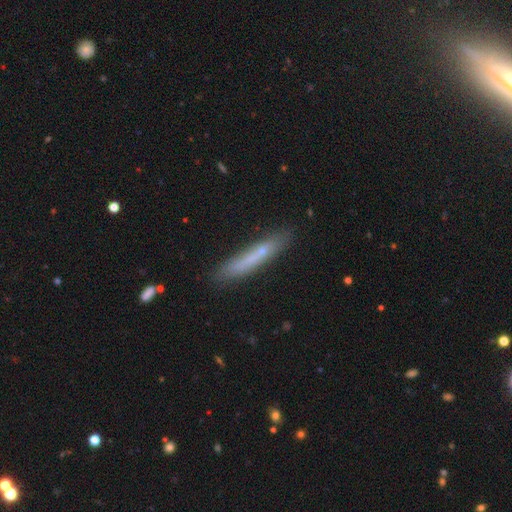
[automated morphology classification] A smooth galaxy with no disk features (61%) that is cigar-shaped (94%). Merging: none (79%).